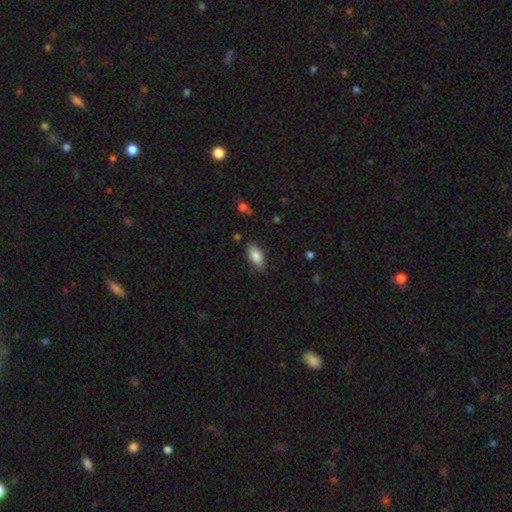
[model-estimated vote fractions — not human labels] Smooth or featured: smooth — 86% (featured or disk — 7%)
How rounded: in between — 90% (cigar-shaped — 7%)
Merging: none — 83% (minor disturbance — 13%)